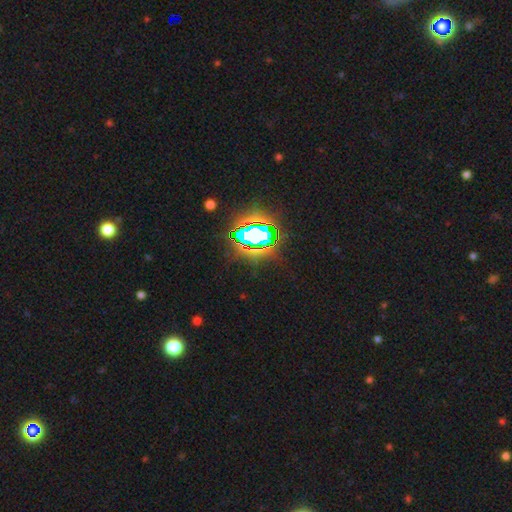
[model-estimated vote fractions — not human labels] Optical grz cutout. It shows a star or artifact, not a galaxy (82%).